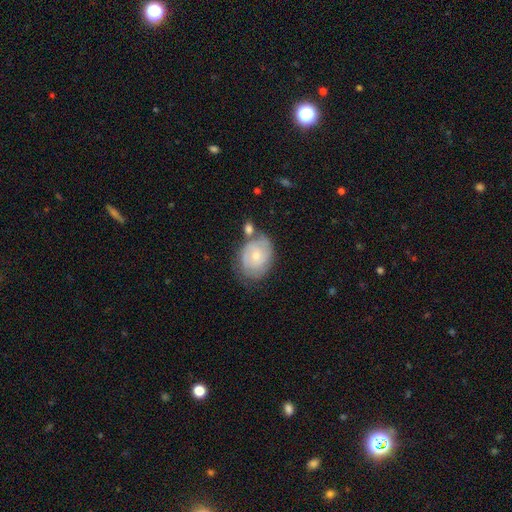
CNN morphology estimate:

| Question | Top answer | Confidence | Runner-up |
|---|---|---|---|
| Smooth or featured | featured or disk | 55% | smooth (39%) |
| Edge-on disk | no | 96% | yes (4%) |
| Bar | no | 74% | weak (23%) |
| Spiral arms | yes | 74% | no (26%) |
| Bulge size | small | 47% | moderate (46%) |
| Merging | none | 50% | minor disturbance (25%) |